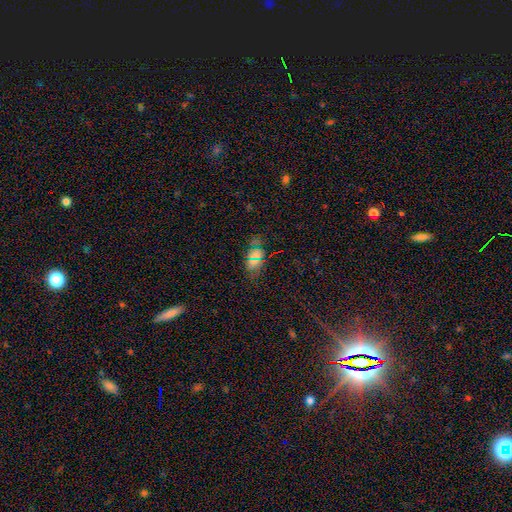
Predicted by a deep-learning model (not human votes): The model was most divided on "smooth or featured": smooth: 60%, star or artifact: 30%, featured or disk: 9%. More confident: how rounded — in between (86%); merging — none (79%).